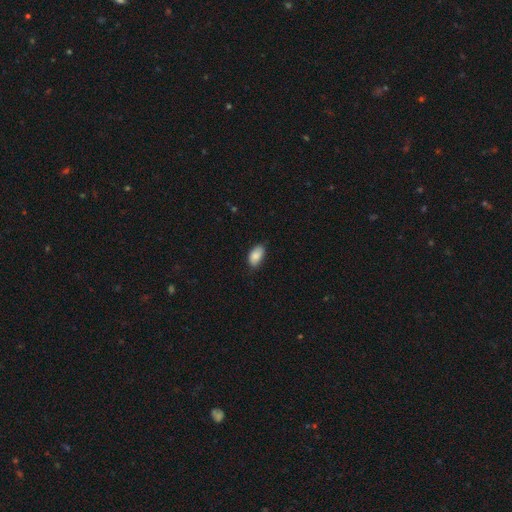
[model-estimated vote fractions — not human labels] smooth 88%, star or artifact 7%, featured or disk 5%. Down the decision tree: how rounded — in between (94%); merging — none (77%).